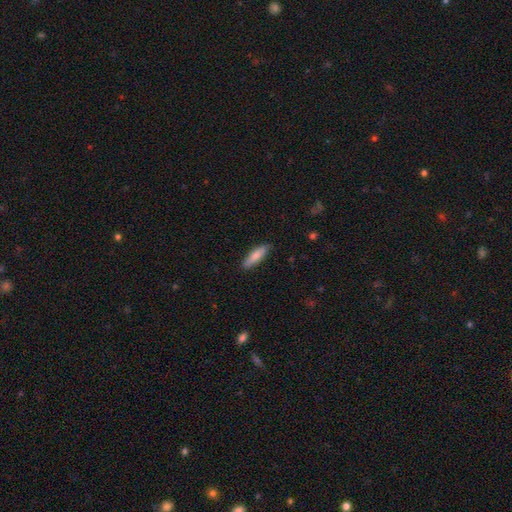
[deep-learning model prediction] Smooth or featured?
  - smooth: 80% *
  - featured or disk: 15%
  - star or artifact: 5%
How rounded?
  - cigar-shaped: 66% *
  - in between: 33%
  - round: 2%
Merging?
  - none: 86% *
  - minor disturbance: 11%
  - major disturbance: 2%
  - merger: 1%